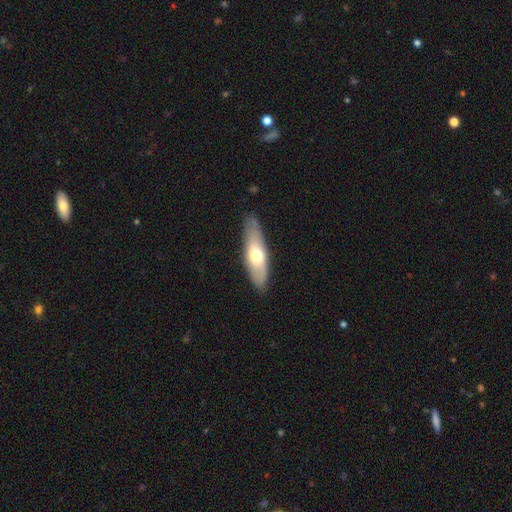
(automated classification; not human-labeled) This appears to be a smooth galaxy with no disk features (56%) that is in between round and cigar-shaped (51%). Merging: none (81%).